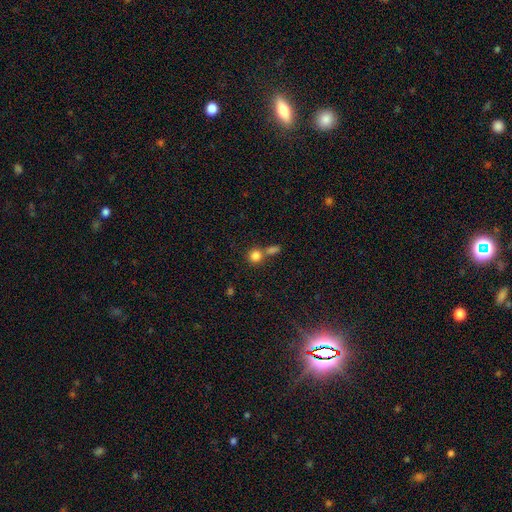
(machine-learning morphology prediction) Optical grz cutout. It shows a smooth galaxy with no disk features (82%) that is round (87%). Merging: none (51%).